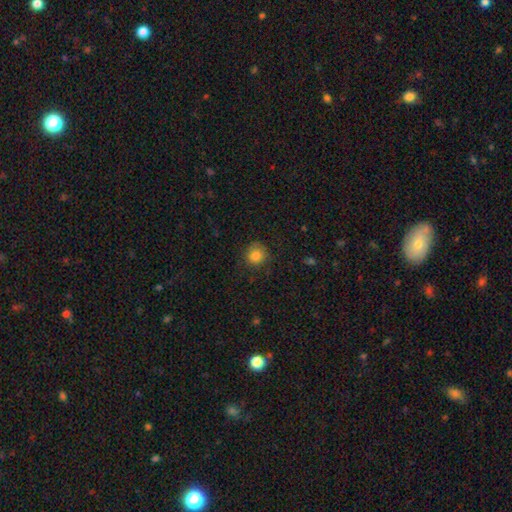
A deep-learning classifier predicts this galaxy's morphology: smooth 83%, star or artifact 11%, featured or disk 6%. Down the decision tree: how rounded — round (89%); merging — none (79%).